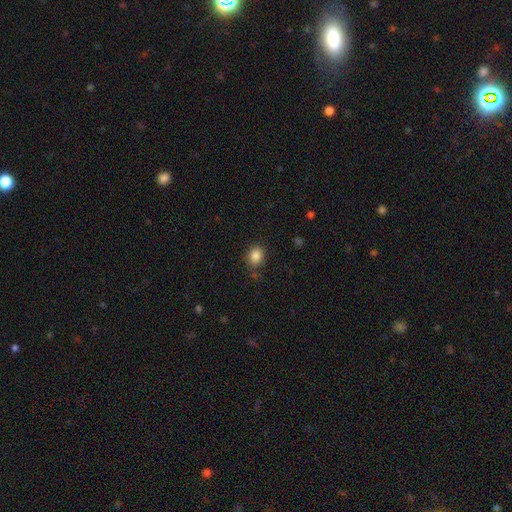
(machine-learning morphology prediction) Overall: smooth (85%). How rounded: round (62%; in between 37%). Merging: none (81%).